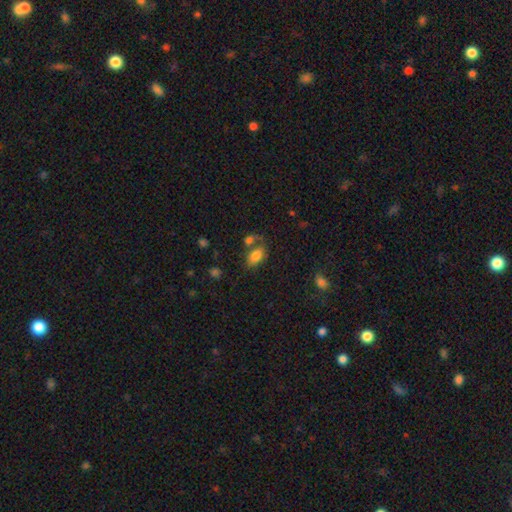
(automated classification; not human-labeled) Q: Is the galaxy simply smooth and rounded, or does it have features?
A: smooth — 78%.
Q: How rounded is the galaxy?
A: in between — 89%.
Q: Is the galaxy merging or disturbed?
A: none — 47%.